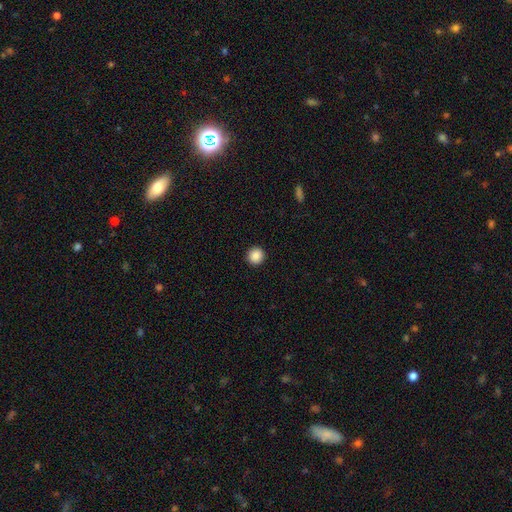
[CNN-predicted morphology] smooth-or-featured: smooth: 88% | star or artifact: 9% | featured or disk: 2%
  how-rounded: round: 94% | in between: 5% | cigar-shaped: 1%
  merging: none: 93% | minor disturbance: 4% | major disturbance: 2% | merger: 1%